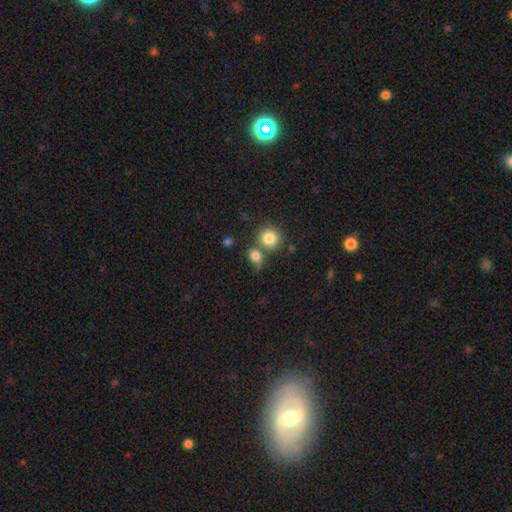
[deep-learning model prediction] smooth 82%, star or artifact 10%, featured or disk 8%. Down the decision tree: how rounded — round (51%); merging — none (47%).